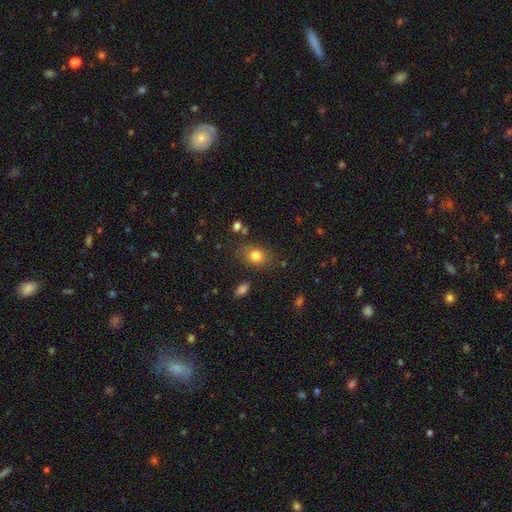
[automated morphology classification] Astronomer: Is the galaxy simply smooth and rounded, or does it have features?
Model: smooth — 80%.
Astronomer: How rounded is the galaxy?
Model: in between — 61% (runner-up: round, 37%).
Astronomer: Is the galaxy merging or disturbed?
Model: none — 76%.